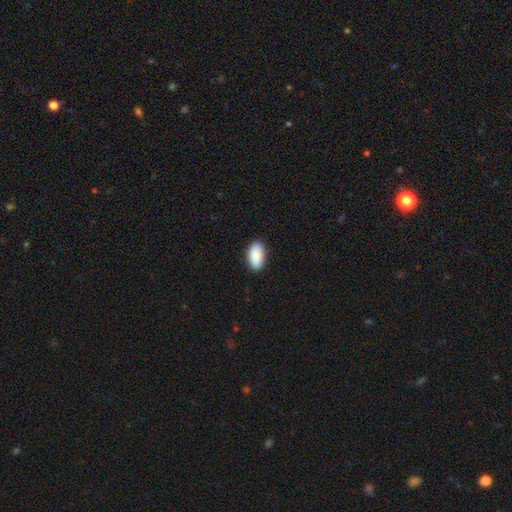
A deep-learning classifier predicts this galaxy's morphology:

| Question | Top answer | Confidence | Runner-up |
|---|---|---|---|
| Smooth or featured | smooth | 90% | star or artifact (6%) |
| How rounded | in between | 95% | round (3%) |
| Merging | none | 88% | minor disturbance (9%) |